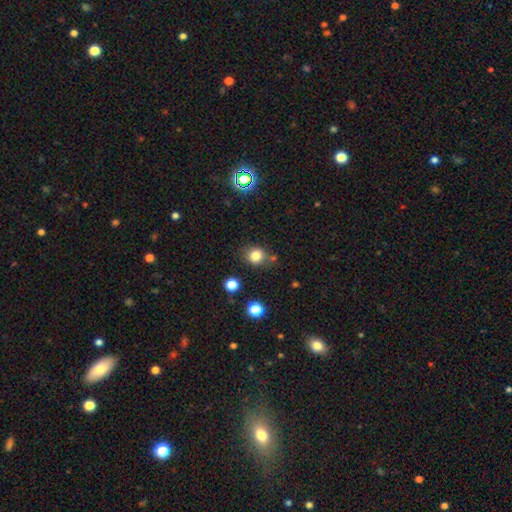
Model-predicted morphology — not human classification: smooth_or_featured: smooth (p=0.80) [alt: star or artifact p=0.13]
how_rounded: round (p=0.76) [alt: in between p=0.23]
merging: none (p=0.73) [alt: minor disturbance p=0.16]